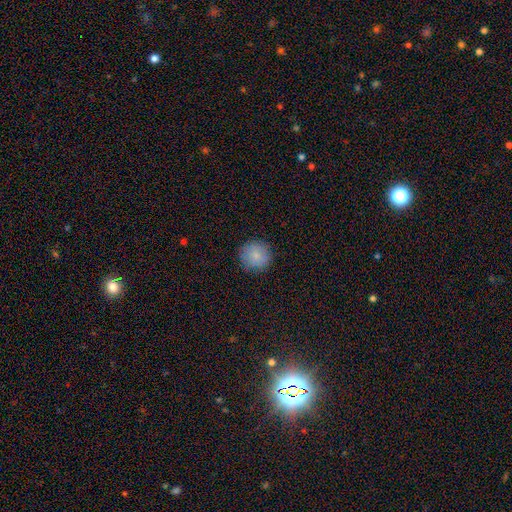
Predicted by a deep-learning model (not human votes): A smooth galaxy with no disk features (84%) that is round (93%). Merging: none (87%).